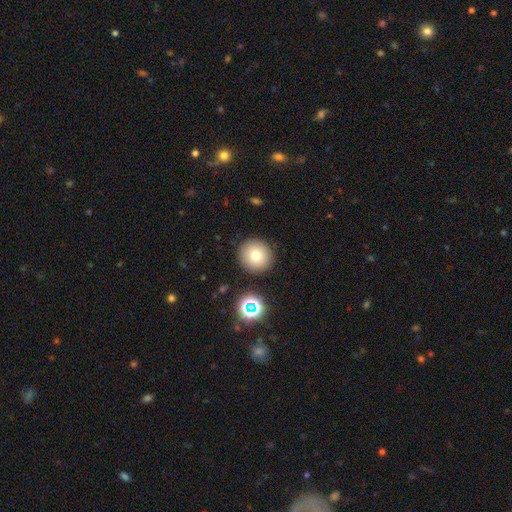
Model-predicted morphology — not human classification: smooth 76%, star or artifact 14%, featured or disk 11%. Down the decision tree: how rounded — round (94%); merging — none (89%).